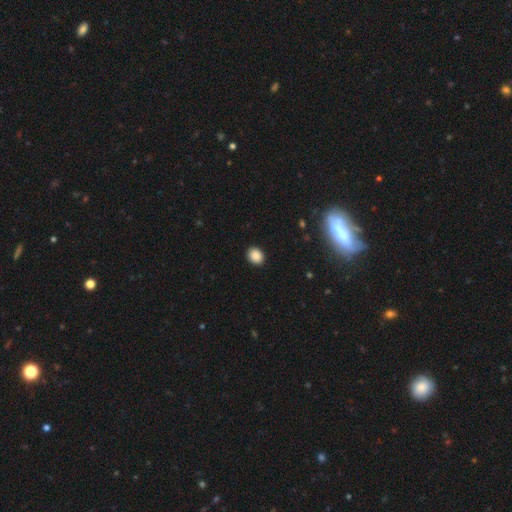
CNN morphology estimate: Smooth or featured: smooth — 88% (star or artifact — 10%)
How rounded: round — 58% (in between — 41%)
Merging: none — 91% (minor disturbance — 7%)